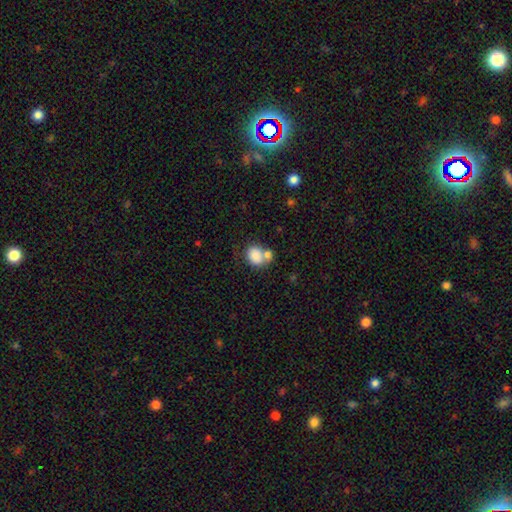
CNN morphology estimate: A smooth galaxy with no disk features (82%) that is in between round and cigar-shaped (50%).

Vote fractions:
- Smooth or featured? smooth: 82% / featured or disk: 9% / star or artifact: 9%
- How rounded? in between: 50% / round: 49% / cigar-shaped: 1%
- Merging? merger: 43% / none: 39% / minor disturbance: 12% / major disturbance: 6%